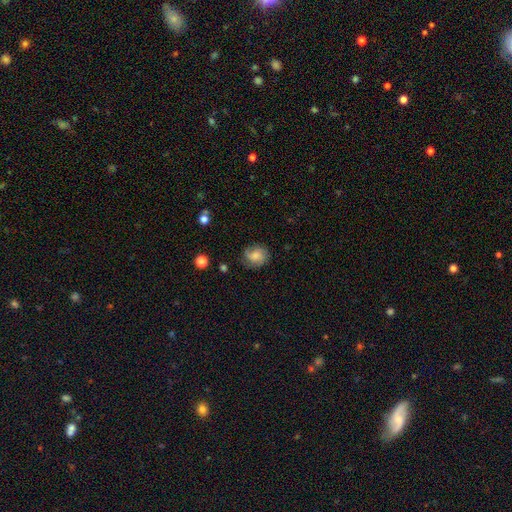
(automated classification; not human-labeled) Smooth or featured? Predicted: smooth (p=0.58). How rounded? Predicted: round (p=0.69). Merging? Predicted: none (p=0.70).